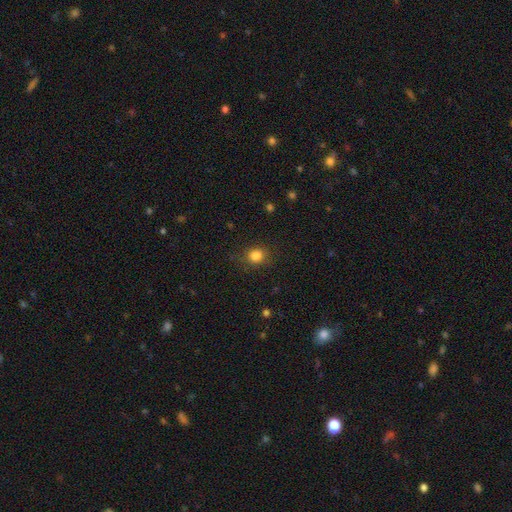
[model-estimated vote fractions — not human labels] Q: Smooth or featured?
A: smooth (84%); runner-up: star or artifact (12%)
Q: How rounded?
A: round (72%); runner-up: in between (27%)
Q: Merging?
A: none (83%); runner-up: minor disturbance (12%)